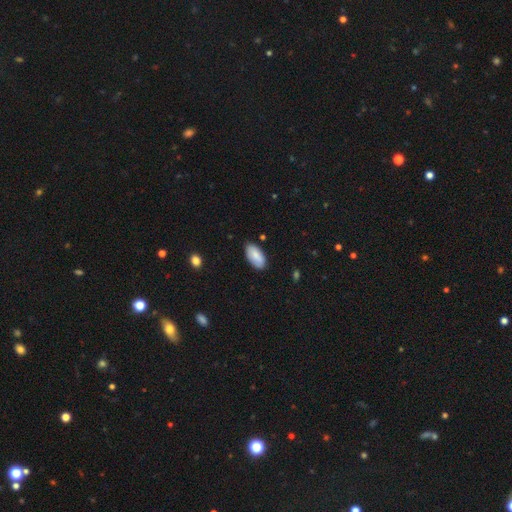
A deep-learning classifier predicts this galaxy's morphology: type=smooth (82%); roundness=in between (94%); merging=none (81%).